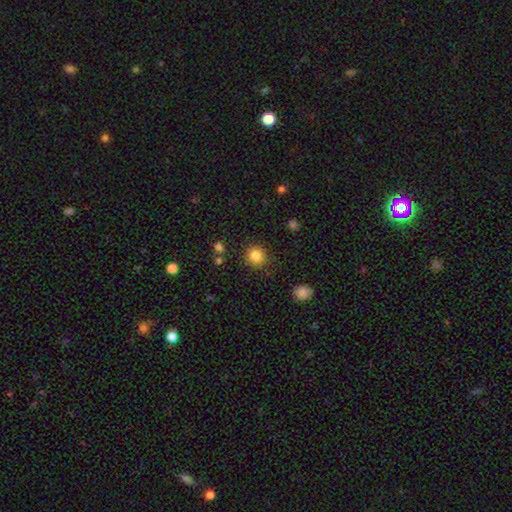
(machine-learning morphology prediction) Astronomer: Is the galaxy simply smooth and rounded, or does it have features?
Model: smooth — 85%.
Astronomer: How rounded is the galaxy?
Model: round — 90%.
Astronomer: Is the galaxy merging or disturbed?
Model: none — 87%.